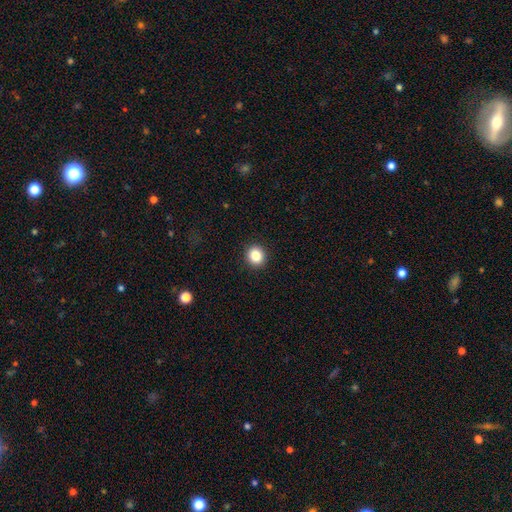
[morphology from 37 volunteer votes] Overall: smooth (84%). How rounded: round (87%). Merging: none (91%).